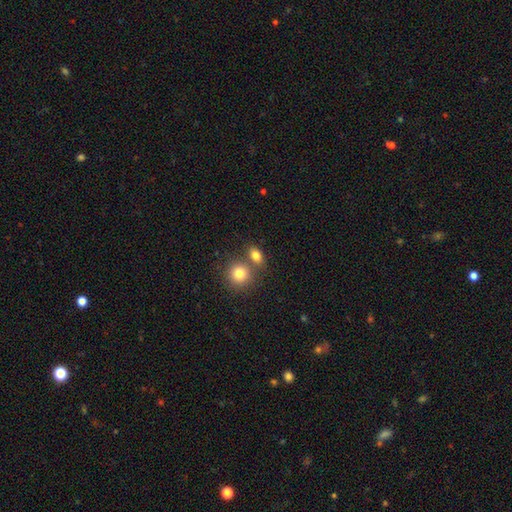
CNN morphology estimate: A smooth galaxy with no disk features (81%) that is in between round and cigar-shaped (65%). Merging: none (56%).